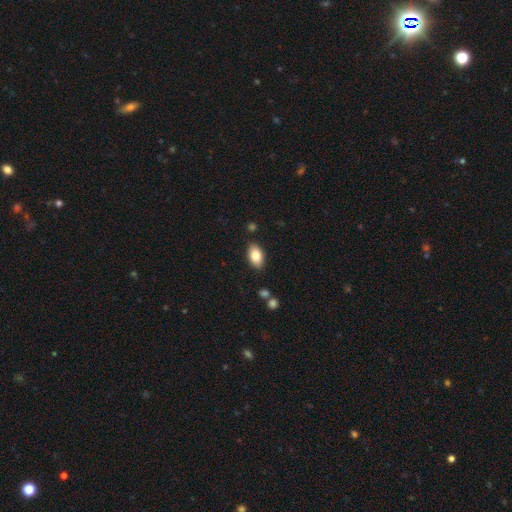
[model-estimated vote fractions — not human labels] Smooth or featured? Predicted: smooth (p=0.82). How rounded? Predicted: in between (p=0.93). Merging? Predicted: none (p=0.85).